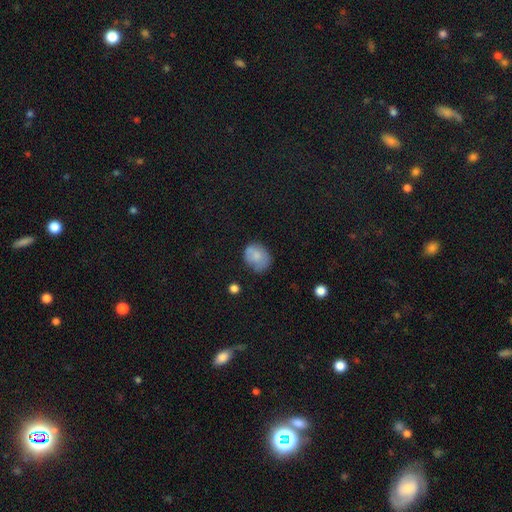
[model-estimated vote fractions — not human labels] Overall: smooth (76%). How rounded: in between (51%; round 48%). Merging: none (55%; minor disturbance 31%).